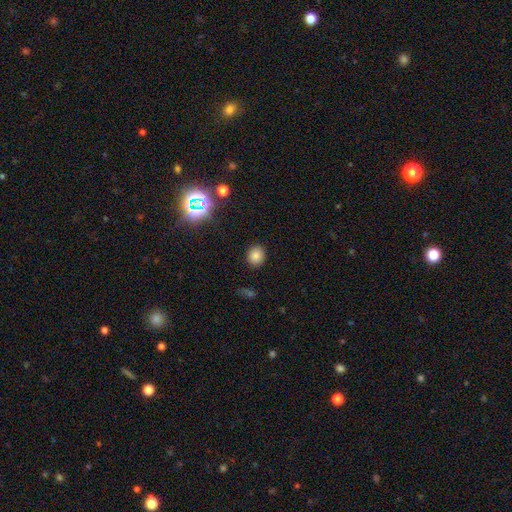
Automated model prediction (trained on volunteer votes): A smooth galaxy with no disk features (79%) that is round (79%).

Vote fractions:
- Smooth or featured? smooth: 79% / star or artifact: 15% / featured or disk: 6%
- How rounded? round: 79% / in between: 20% / cigar-shaped: 1%
- Merging? none: 89% / minor disturbance: 7% / major disturbance: 2% / merger: 1%